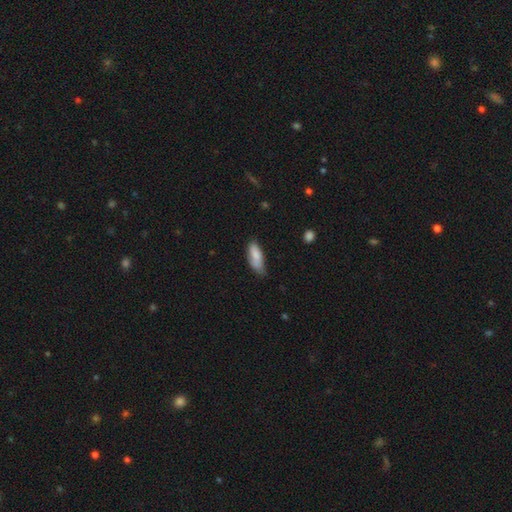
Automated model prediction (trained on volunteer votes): Smooth or featured?
  - smooth: 82% *
  - featured or disk: 12%
  - star or artifact: 6%
How rounded?
  - in between: 72% *
  - cigar-shaped: 26%
  - round: 2%
Merging?
  - none: 51% *
  - minor disturbance: 38%
  - major disturbance: 8%
  - merger: 3%